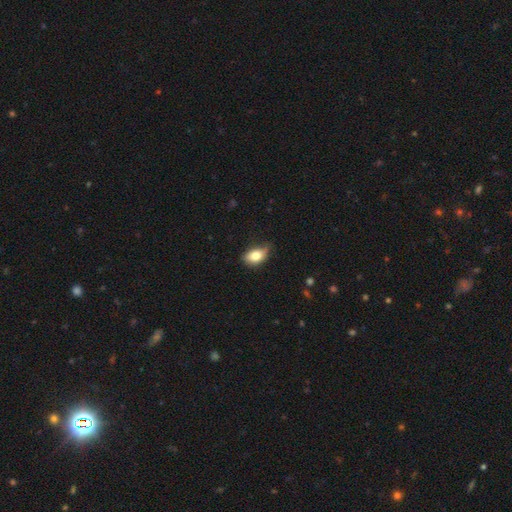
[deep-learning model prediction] Smooth or featured?
  - smooth: 78% *
  - featured or disk: 14%
  - star or artifact: 8%
How rounded?
  - in between: 86% *
  - round: 12%
  - cigar-shaped: 2%
Merging?
  - none: 52% *
  - minor disturbance: 38%
  - major disturbance: 9%
  - merger: 2%